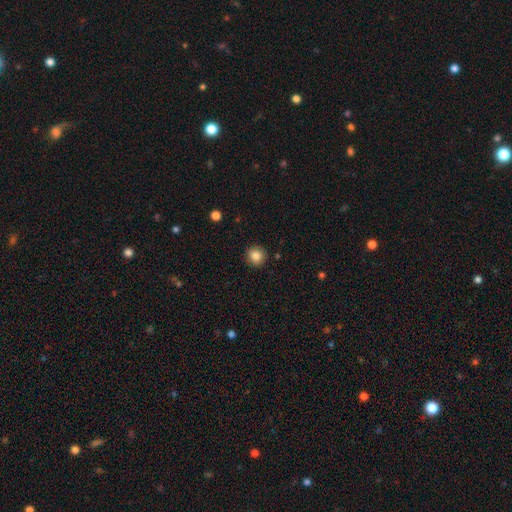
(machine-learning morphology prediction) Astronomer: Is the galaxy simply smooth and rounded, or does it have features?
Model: smooth — 86%.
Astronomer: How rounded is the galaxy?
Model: round — 92%.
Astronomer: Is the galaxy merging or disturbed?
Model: none — 91%.